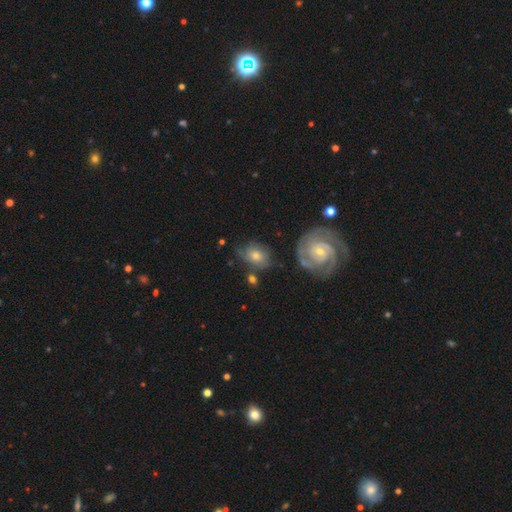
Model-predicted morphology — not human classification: smooth-or-featured: featured or disk: 53% | smooth: 38% | star or artifact: 10%
  disk-edge-on: no: 95% | yes: 5%
  merging: none: 67% | minor disturbance: 19% | major disturbance: 7% | merger: 7%